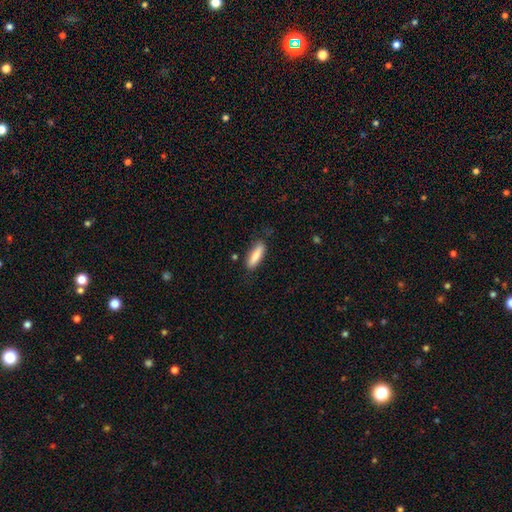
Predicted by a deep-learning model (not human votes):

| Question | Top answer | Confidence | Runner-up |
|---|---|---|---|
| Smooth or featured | smooth | 83% | featured or disk (11%) |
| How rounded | cigar-shaped | 55% | in between (43%) |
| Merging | none | 79% | minor disturbance (16%) |